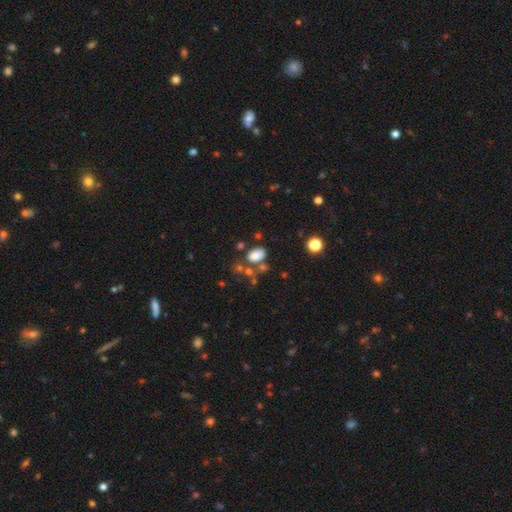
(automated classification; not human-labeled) smooth_or_featured: smooth (p=0.79) [alt: star or artifact p=0.13]
how_rounded: in between (p=0.85) [alt: round p=0.14]
merging: none (p=0.61) [alt: minor disturbance p=0.17]